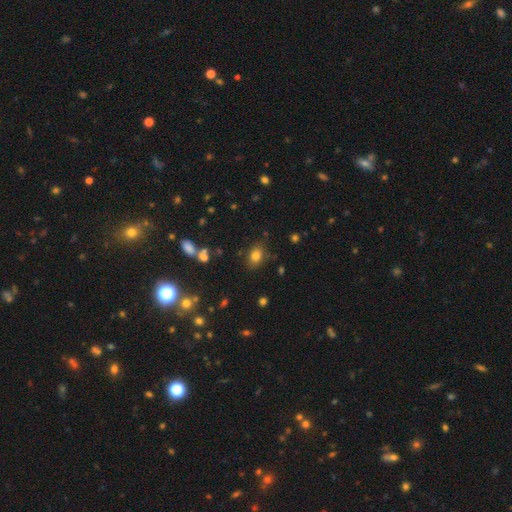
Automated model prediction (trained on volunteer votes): The model was most divided on "how rounded": in between: 73%, round: 25%, cigar-shaped: 2%. More confident: merging — none (80%); smooth or featured — smooth (79%).